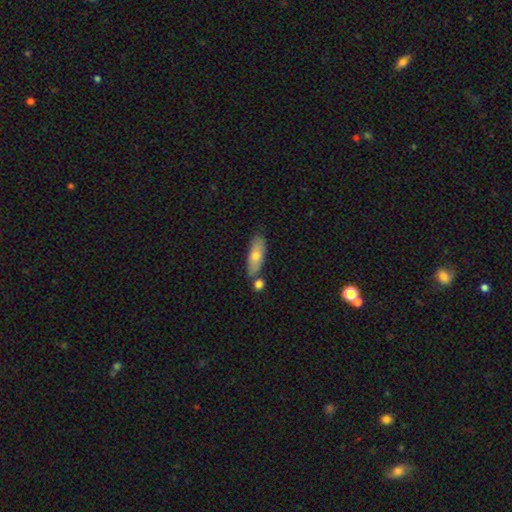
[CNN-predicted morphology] This appears to be a smooth galaxy with no disk features (70%) that is in between round and cigar-shaped (66%). Merging: none (64%).